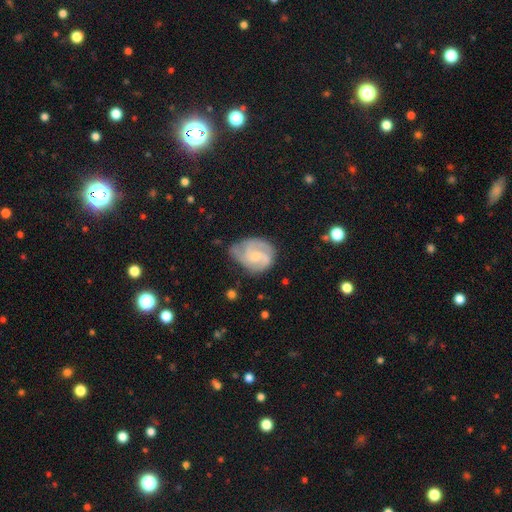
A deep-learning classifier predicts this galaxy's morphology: A featured or disk galaxy (79%) with no bar (57%), 2 (40%) tight (47%) spiral arms (95%) and a small central bulge (47%).

Vote fractions:
- Smooth or featured? featured or disk: 79% / smooth: 15% / star or artifact: 5%
- Edge-on disk? no: 98% / yes: 2%
- Bar? no: 57% / weak: 38% / strong: 6%
- Spiral arms? yes: 95% / no: 5%
- Spiral winding? tight: 47% / medium: 43% / loose: 10%
- Spiral arm count? 2: 40% / 3: 35% / can't tell: 14% / 4: 4% / 1: 4% / more than 4: 3%
- Bulge size? small: 47% / moderate: 36% / none: 13% / large: 3% / dominant: 1%
- Merging? none: 57% / minor disturbance: 29% / major disturbance: 12% / merger: 2%